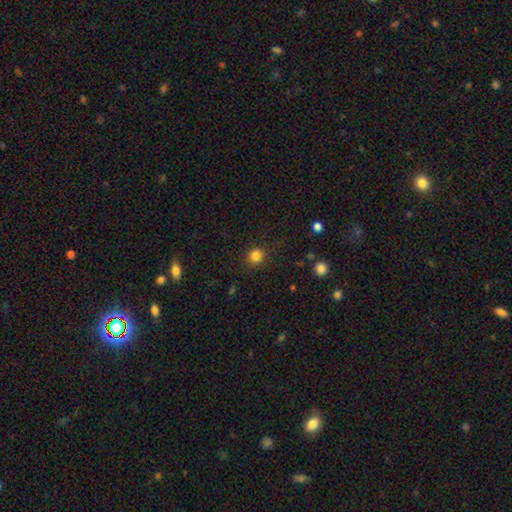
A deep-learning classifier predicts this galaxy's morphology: Smooth or featured? Predicted: smooth (p=0.83). How rounded? Predicted: round (p=0.90). Merging? Predicted: none (p=0.88).